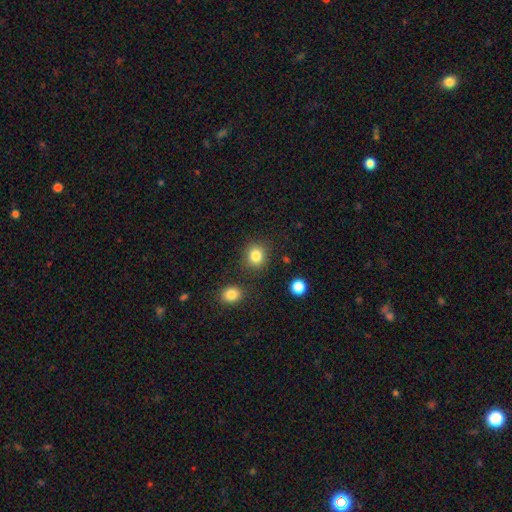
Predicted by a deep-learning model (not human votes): A smooth galaxy with no disk features (84%) that is round (81%). Merging: none (84%).